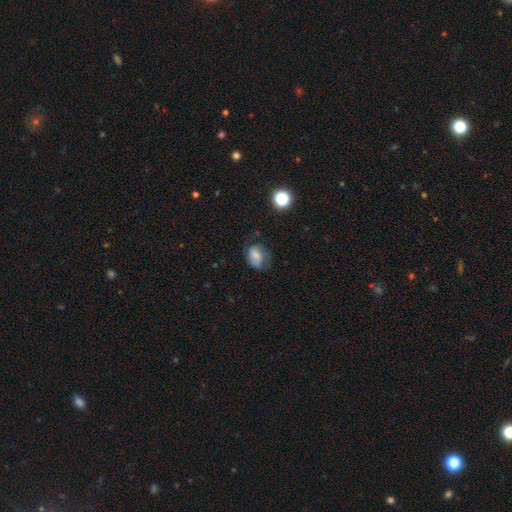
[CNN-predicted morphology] This is likely a smooth galaxy (71%). How rounded: likely in between (69%). Merging: possibly none (47%).